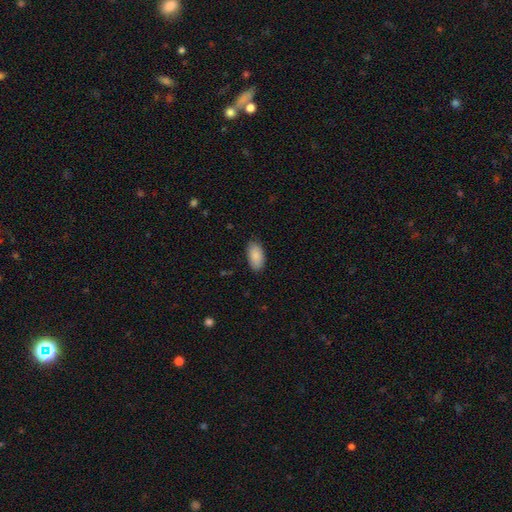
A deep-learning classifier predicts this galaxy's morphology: smooth-or-featured: smooth: 89% | star or artifact: 6% | featured or disk: 5%
  how-rounded: in between: 94% | cigar-shaped: 3% | round: 2%
  merging: none: 85% | minor disturbance: 12% | major disturbance: 2% | merger: 1%